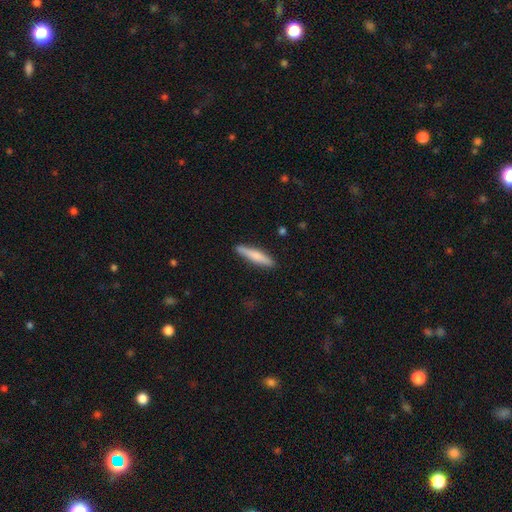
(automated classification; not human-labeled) Smooth or featured? smooth (67%)
How rounded? cigar-shaped (90%)
Merging? none (89%)